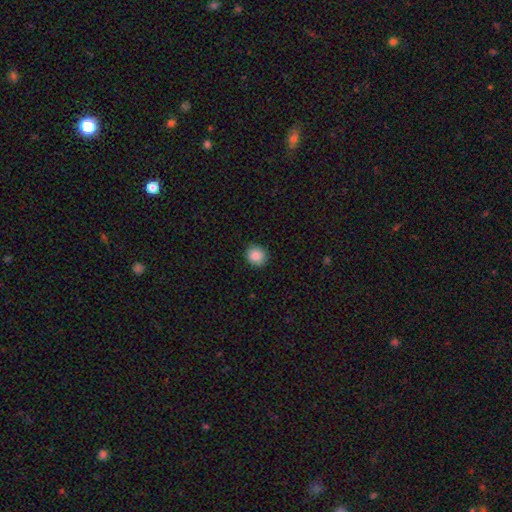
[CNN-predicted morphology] Smooth or featured? Predicted: smooth (p=0.88). How rounded? Predicted: round (p=0.82). Merging? Predicted: none (p=0.91).